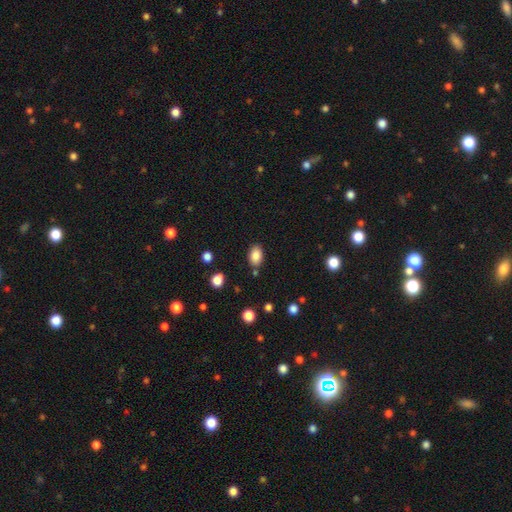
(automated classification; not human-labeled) Smooth or featured? smooth (86%)
How rounded? in between (84%)
Merging? none (81%)